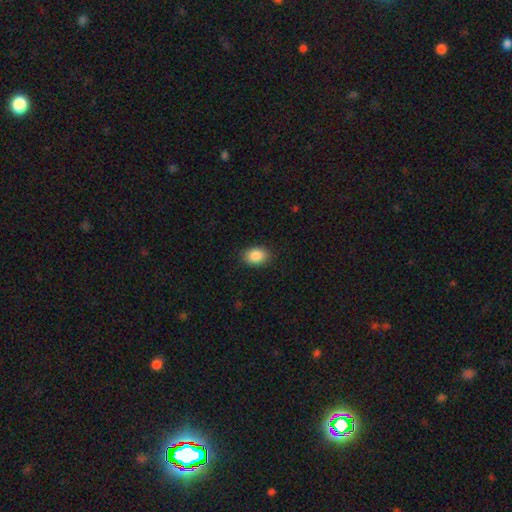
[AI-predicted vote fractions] This appears to be a smooth galaxy with no disk features (88%) that is in between round and cigar-shaped (69%). Merging: none (87%).